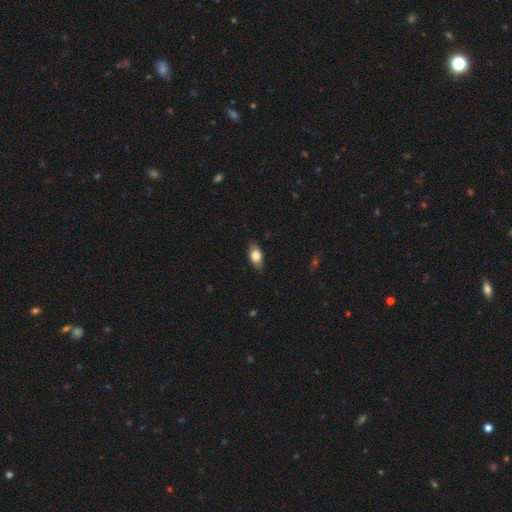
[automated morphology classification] smooth_or_featured: smooth (p=0.79) [alt: featured or disk p=0.14]
how_rounded: in between (p=0.89) [alt: cigar-shaped p=0.06]
merging: none (p=0.86) [alt: minor disturbance p=0.11]